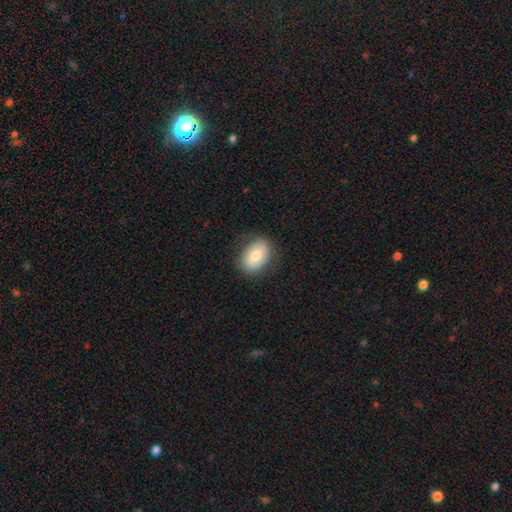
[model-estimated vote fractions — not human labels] A smooth galaxy with no disk features (76%) that is in between round and cigar-shaped (74%).

Vote fractions:
- Smooth or featured? smooth: 76% / featured or disk: 18% / star or artifact: 7%
- How rounded? in between: 74% / round: 25% / cigar-shaped: 1%
- Merging? none: 80% / minor disturbance: 14% / major disturbance: 4% / merger: 1%